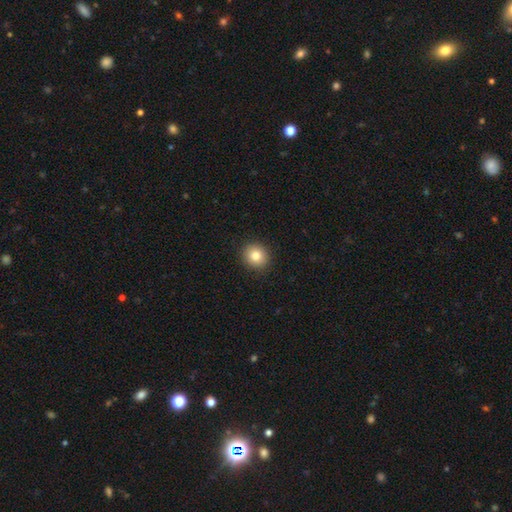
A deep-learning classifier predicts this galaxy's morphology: Smooth or featured? smooth (83%)
How rounded? round (87%)
Merging? none (92%)